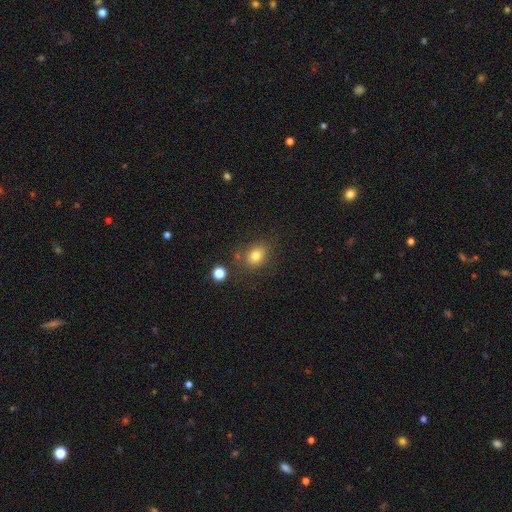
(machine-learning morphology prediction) type=smooth (79%); roundness=in between (52%); merging=none (74%).